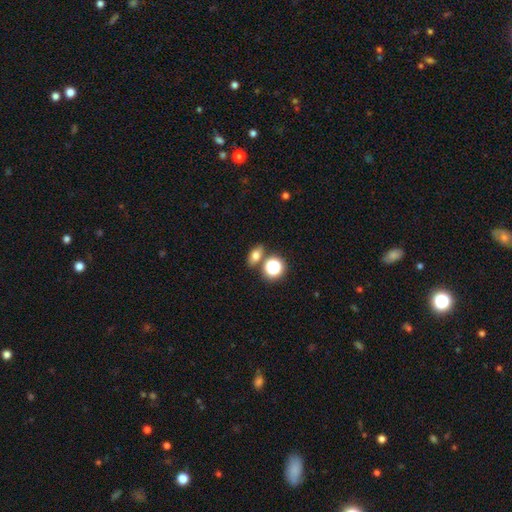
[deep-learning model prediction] This is likely a smooth galaxy (70%). How rounded: likely in between (70%). Merging: likely none (74%).